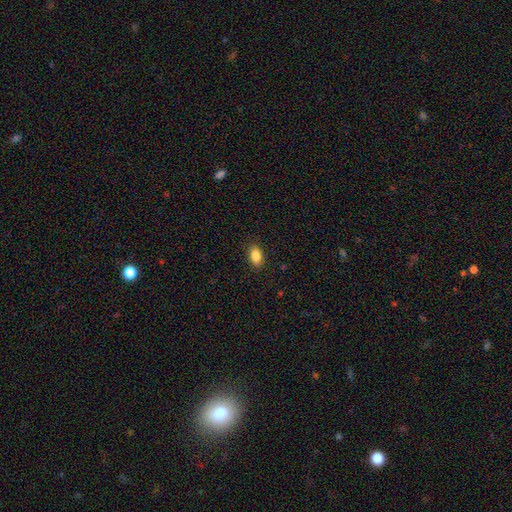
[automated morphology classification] This is clearly a smooth galaxy (86%). How rounded: clearly in between (89%). Merging: clearly none (89%).